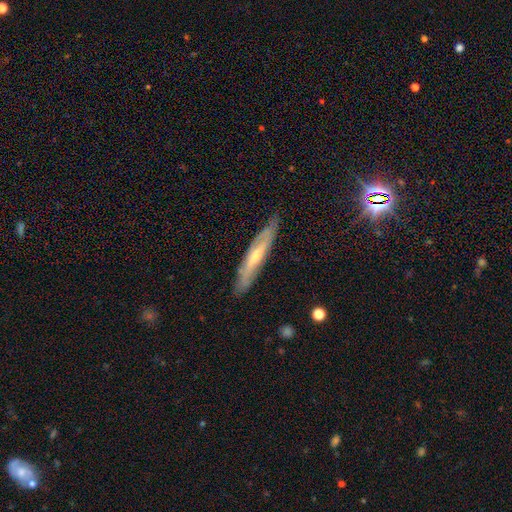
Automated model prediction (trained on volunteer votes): A featured or disk galaxy (66%) viewed edge-on (66%). Merging: none (81%).